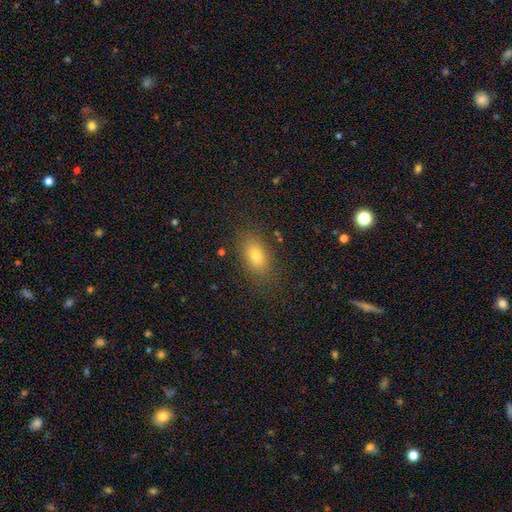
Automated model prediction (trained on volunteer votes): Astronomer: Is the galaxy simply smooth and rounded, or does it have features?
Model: smooth — 78%.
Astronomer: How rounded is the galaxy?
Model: in between — 86%.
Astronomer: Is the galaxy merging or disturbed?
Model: none — 84%.